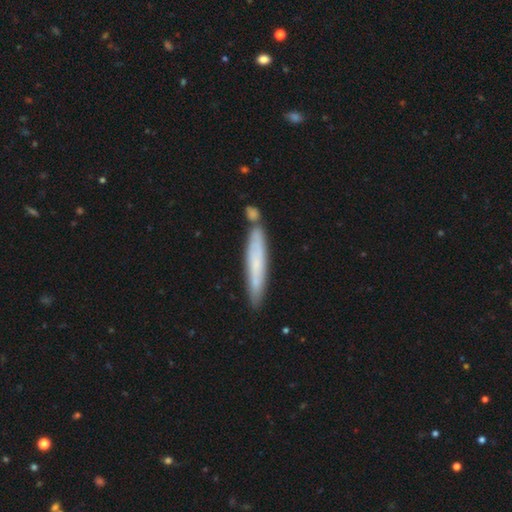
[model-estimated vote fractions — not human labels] Smooth or featured? smooth (59%)
How rounded? cigar-shaped (93%)
Merging? none (70%)